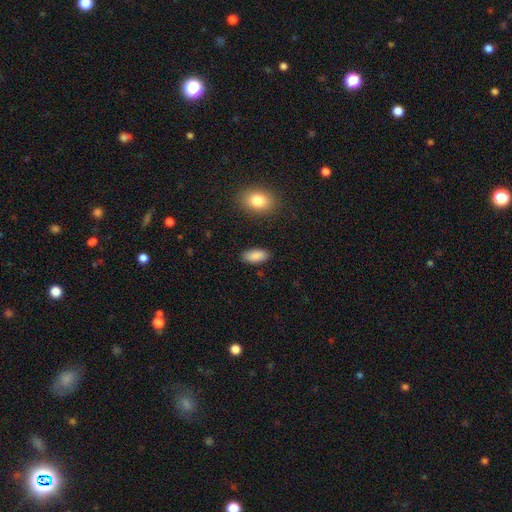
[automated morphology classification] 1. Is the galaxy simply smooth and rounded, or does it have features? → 89% smooth, 7% star or artifact, 4% featured or disk.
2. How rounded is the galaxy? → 92% in between, 6% cigar-shaped, 2% round.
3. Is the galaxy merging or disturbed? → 87% none, 9% minor disturbance, 2% major disturbance, 2% merger.